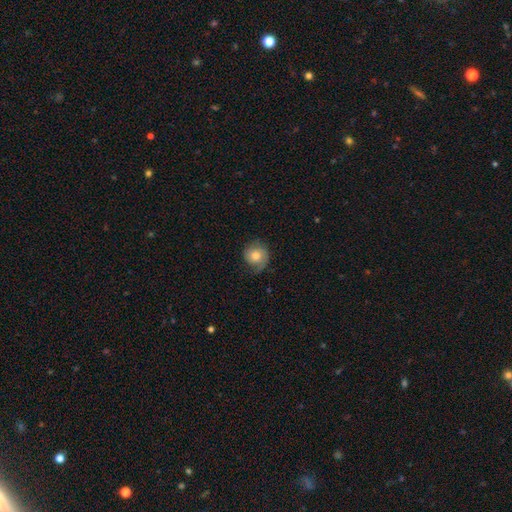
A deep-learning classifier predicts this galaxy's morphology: smooth 65%, featured or disk 28%, star or artifact 7%. Down the decision tree: how rounded — round (84%); merging — none (62%).